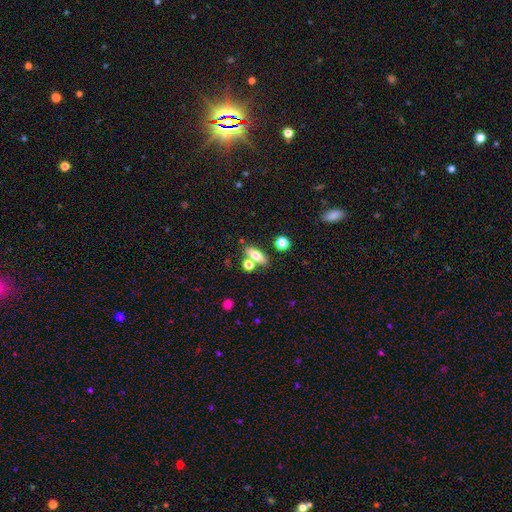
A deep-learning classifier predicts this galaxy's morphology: Smooth or featured? Predicted: smooth (p=0.66). How rounded? Predicted: in between (p=0.56). Merging? Predicted: none (p=0.65).